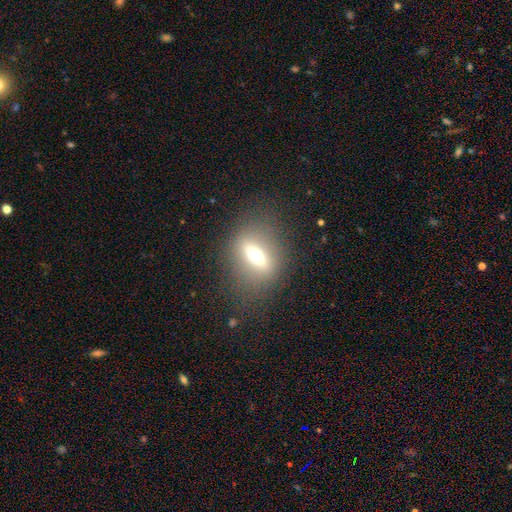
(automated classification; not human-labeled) The model was most divided on "smooth or featured": featured or disk: 44%, smooth: 43%, star or artifact: 13%. More confident: merging — none (79%).